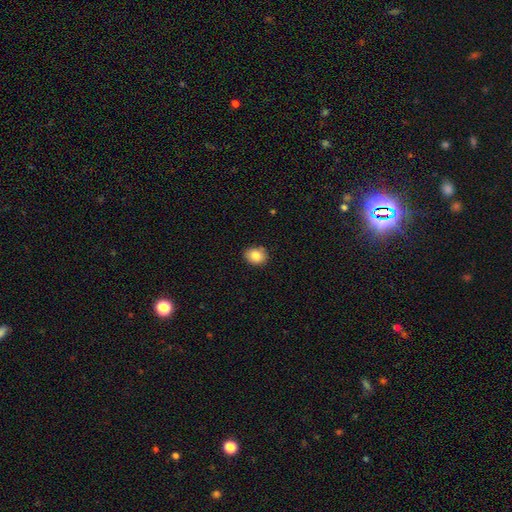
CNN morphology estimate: type=smooth (84%); roundness=round (51%); merging=none (85%).